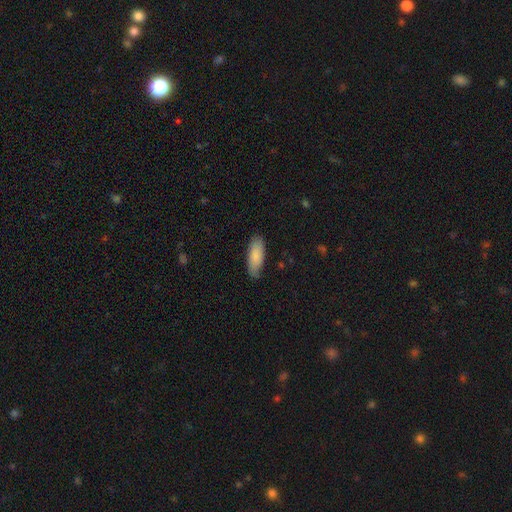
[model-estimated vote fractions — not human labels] smooth-or-featured: smooth: 84% | featured or disk: 10% | star or artifact: 6%
  how-rounded: in between: 66% | cigar-shaped: 33% | round: 2%
  merging: none: 78% | minor disturbance: 18% | major disturbance: 3% | merger: 1%